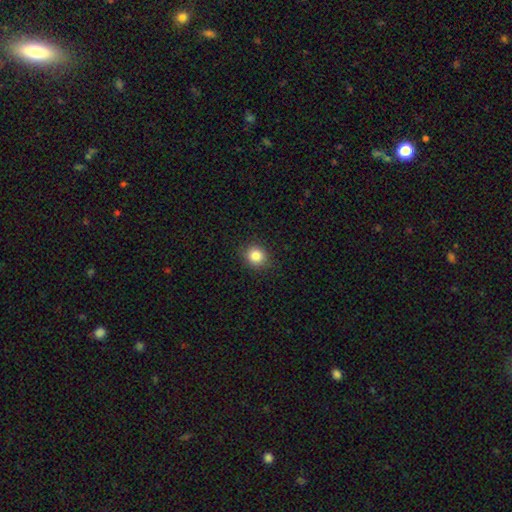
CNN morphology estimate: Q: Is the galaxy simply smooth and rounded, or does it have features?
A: smooth — 85%.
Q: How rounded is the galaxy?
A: round — 82%.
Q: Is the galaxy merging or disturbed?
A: none — 89%.